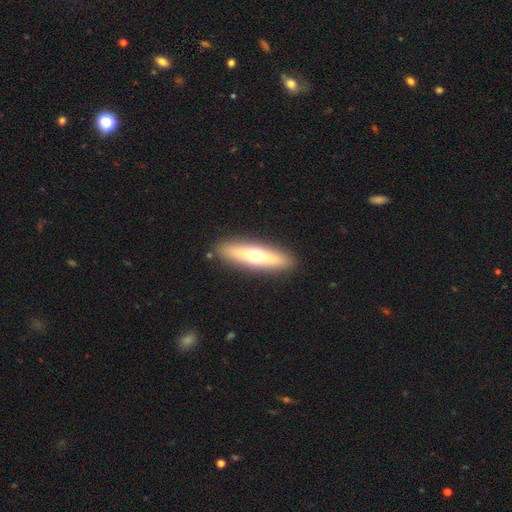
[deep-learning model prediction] A smooth galaxy with no disk features (50%).

Vote fractions:
- Smooth or featured? smooth: 50% / featured or disk: 44% / star or artifact: 6%
- Merging? none: 89% / minor disturbance: 7% / major disturbance: 2% / merger: 1%